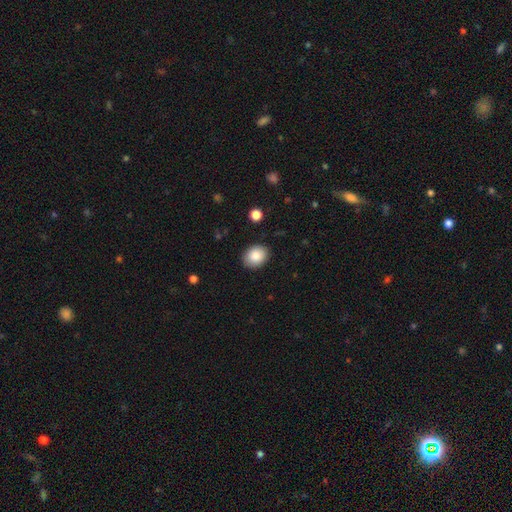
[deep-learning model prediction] A smooth galaxy with no disk features (85%) that is in between round and cigar-shaped (58%).

Vote fractions:
- Smooth or featured? smooth: 85% / star or artifact: 8% / featured or disk: 7%
- How rounded? in between: 58% / round: 41% / cigar-shaped: 1%
- Merging? none: 88% / minor disturbance: 9% / major disturbance: 2% / merger: 1%